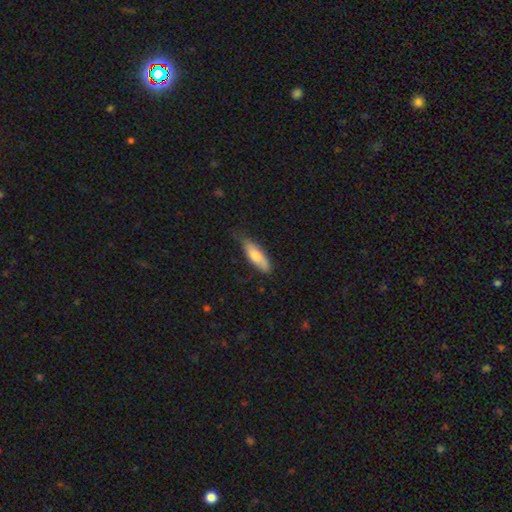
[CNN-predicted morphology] smooth-or-featured: smooth: 72% | featured or disk: 22% | star or artifact: 6%
  how-rounded: in between: 53% | cigar-shaped: 46% | round: 2%
  merging: none: 66% | minor disturbance: 28% | major disturbance: 5% | merger: 2%